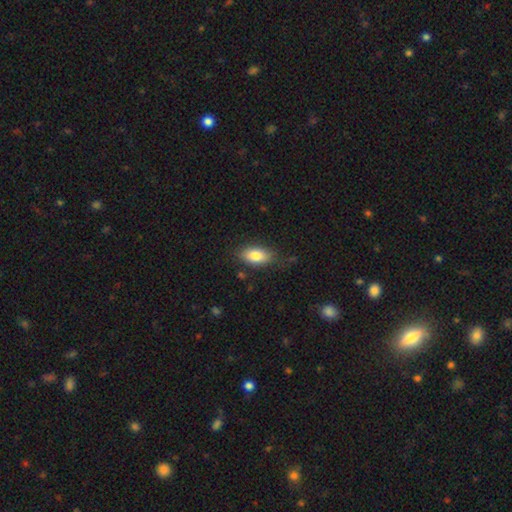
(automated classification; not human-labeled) Smooth or featured? smooth (82%)
How rounded? in between (89%)
Merging? none (79%)